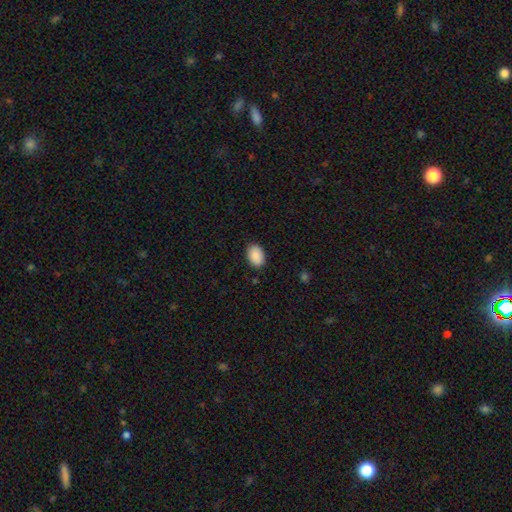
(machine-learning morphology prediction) This appears to be a smooth galaxy with no disk features (90%) that is in between round and cigar-shaped (87%). Merging: none (87%).